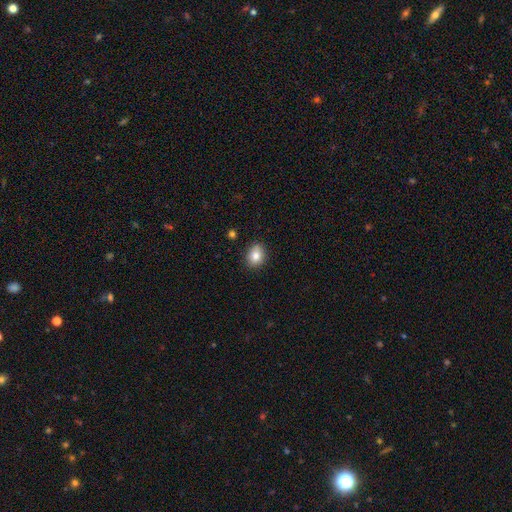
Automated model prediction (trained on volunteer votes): This is clearly a smooth galaxy (83%). How rounded: possibly in between (53%). Merging: clearly none (86%).